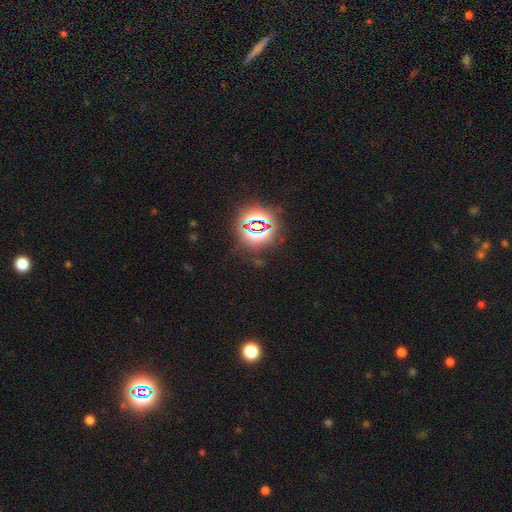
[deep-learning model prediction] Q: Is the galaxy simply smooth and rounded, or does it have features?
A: star or artifact — 79%.